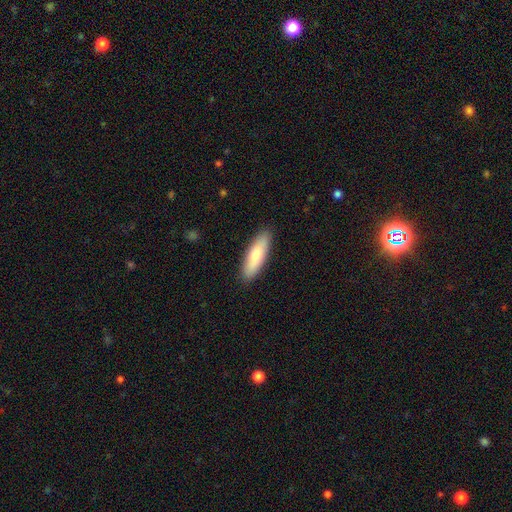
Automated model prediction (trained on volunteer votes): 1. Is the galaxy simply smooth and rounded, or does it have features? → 75% smooth, 20% featured or disk, 5% star or artifact.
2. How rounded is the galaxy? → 56% cigar-shaped, 43% in between, 2% round.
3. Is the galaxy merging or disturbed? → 90% none, 8% minor disturbance, 2% major disturbance, 1% merger.